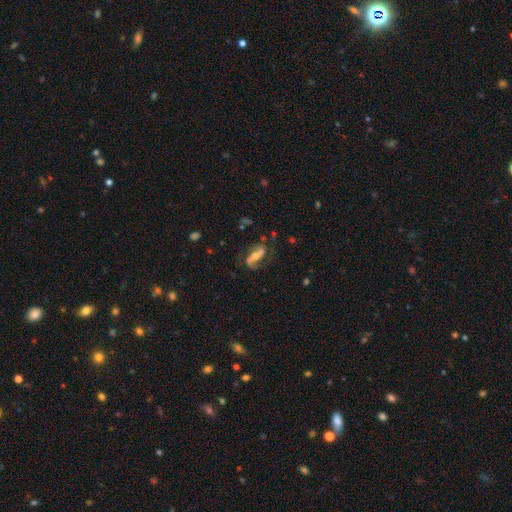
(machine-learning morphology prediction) smooth-or-featured: featured or disk: 74% | smooth: 18% | star or artifact: 7%
  disk-edge-on: no: 90% | yes: 10%
    bar: strong: 42% | weak: 29% | no: 29%
    has-spiral-arms: yes: 89% | no: 11%
      spiral-winding: loose: 48% | medium: 37% | tight: 16%
      spiral-arm-count: 2: 81% | 1: 10% | can't tell: 6% | 3: 1% | 4: 1% | more than 4: 1%
    bulge-size: moderate: 54% | small: 35% | large: 6% | none: 3% | dominant: 1%
  merging: none: 62% | minor disturbance: 19% | major disturbance: 16% | merger: 3%